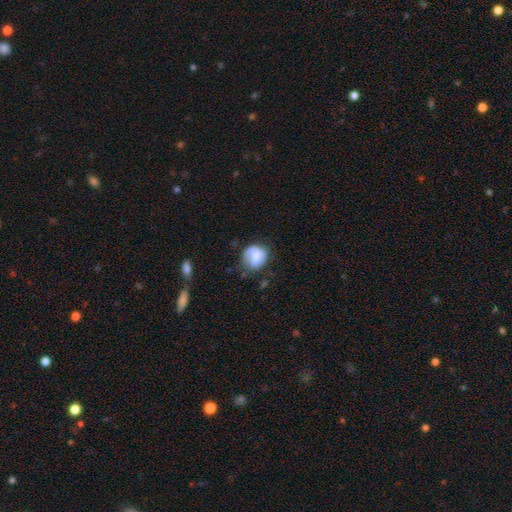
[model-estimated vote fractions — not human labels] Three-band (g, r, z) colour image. It shows a smooth galaxy with no disk features (52%) that is round (62%). Merging: none (48%).